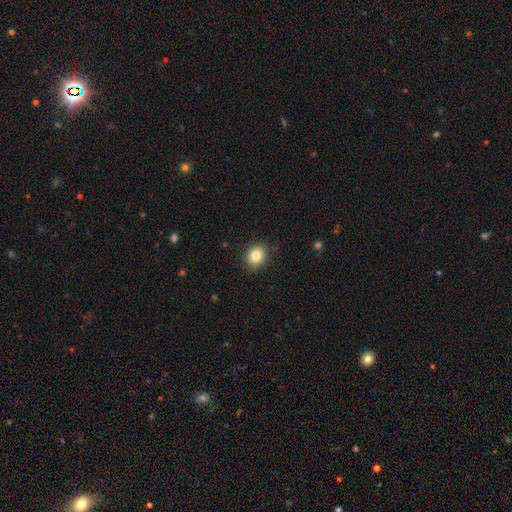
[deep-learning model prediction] Smooth or featured?
  - smooth: 83% *
  - star or artifact: 10%
  - featured or disk: 7%
How rounded?
  - round: 69% *
  - in between: 31%
  - cigar-shaped: 1%
Merging?
  - none: 88% *
  - minor disturbance: 9%
  - major disturbance: 2%
  - merger: 1%